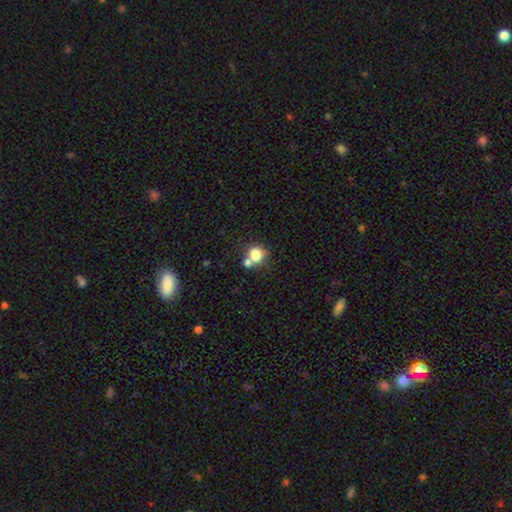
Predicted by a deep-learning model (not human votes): Smooth or featured: smooth — 78% (featured or disk — 11%)
How rounded: round — 77% (in between — 22%)
Merging: none — 48% (merger — 37%)